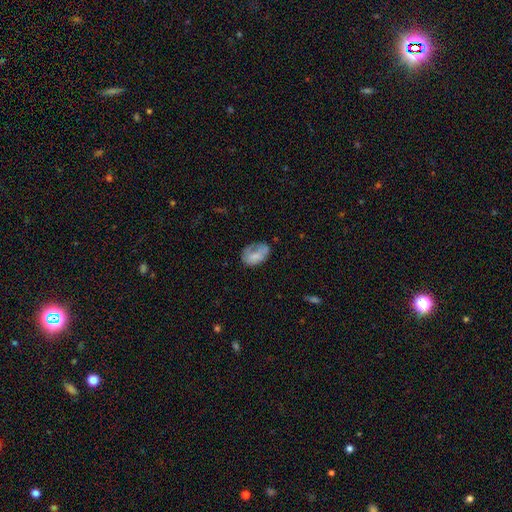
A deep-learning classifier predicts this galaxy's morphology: Overall: smooth (66%; featured or disk 26%). How rounded: in between (85%). Merging: none (43%; minor disturbance 34%).